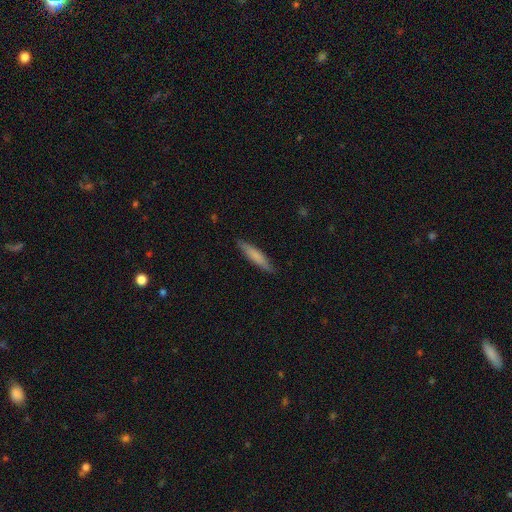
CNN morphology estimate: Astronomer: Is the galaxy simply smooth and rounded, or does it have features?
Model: smooth — 74%.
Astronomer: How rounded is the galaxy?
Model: cigar-shaped — 86%.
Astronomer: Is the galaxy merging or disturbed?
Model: none — 86%.